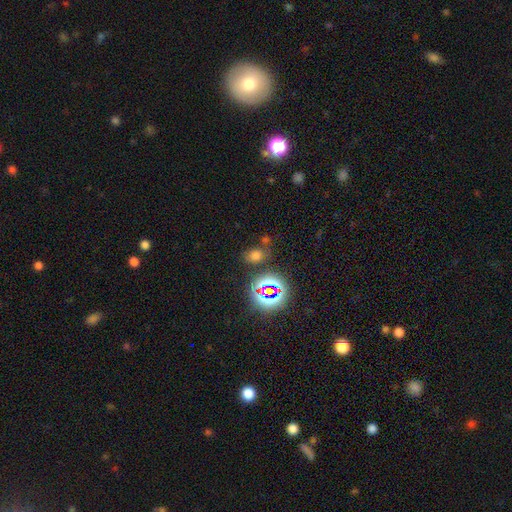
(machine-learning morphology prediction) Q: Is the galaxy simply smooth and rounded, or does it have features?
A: smooth — 59%.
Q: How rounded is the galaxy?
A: in between — 65%.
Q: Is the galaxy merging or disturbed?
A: none — 71%.